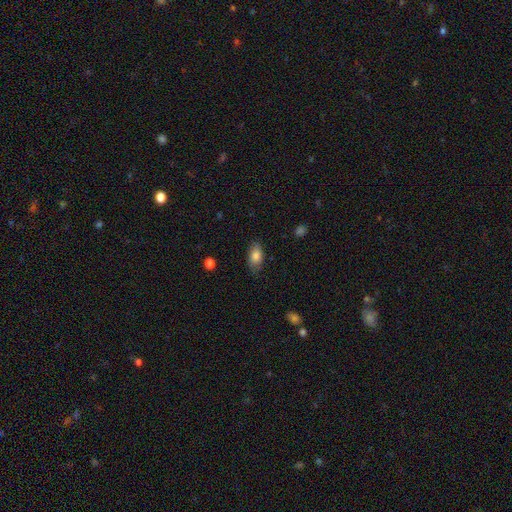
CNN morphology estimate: Smooth or featured? smooth (83%)
How rounded? in between (91%)
Merging? none (79%)